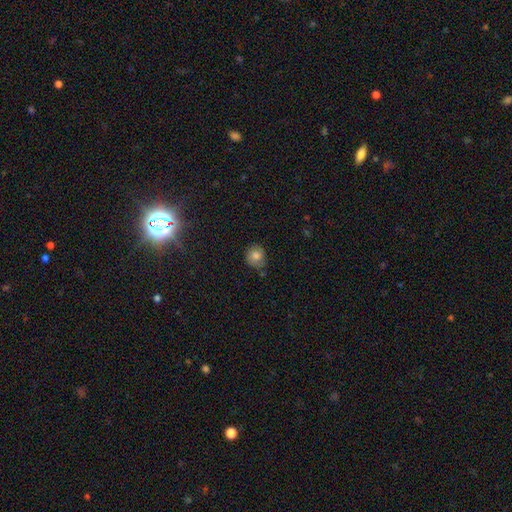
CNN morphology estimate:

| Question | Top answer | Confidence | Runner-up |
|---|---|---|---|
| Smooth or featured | smooth | 78% | featured or disk (12%) |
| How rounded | round | 83% | in between (17%) |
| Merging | none | 70% | minor disturbance (22%) |